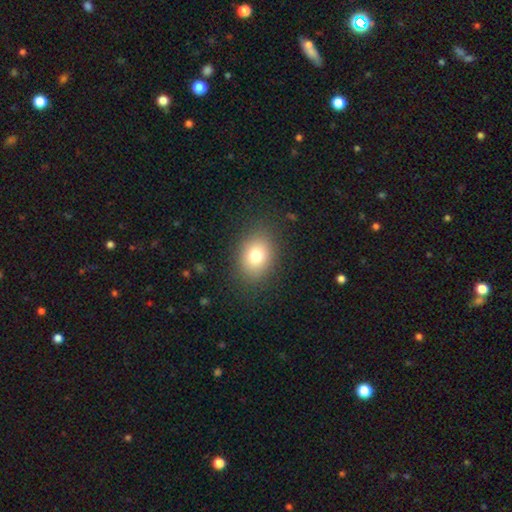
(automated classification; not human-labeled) A smooth galaxy with no disk features (78%) that is in between round and cigar-shaped (60%). Merging: none (85%).